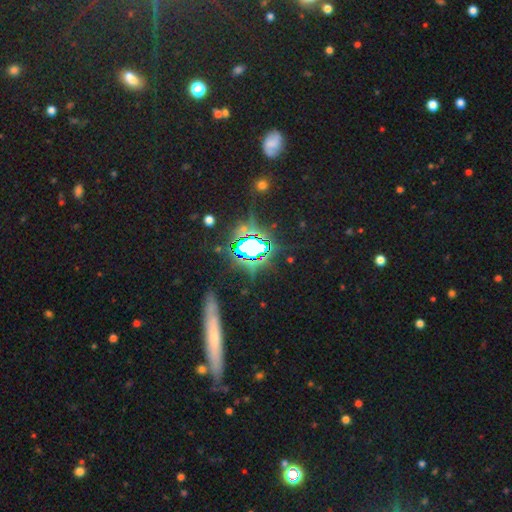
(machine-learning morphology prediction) This appears to be a star or artifact, not a galaxy (72%).